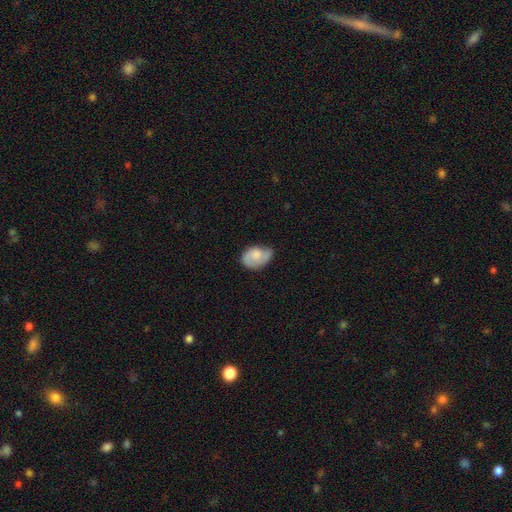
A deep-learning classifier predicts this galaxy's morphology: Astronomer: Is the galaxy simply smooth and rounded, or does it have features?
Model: smooth — 59% (runner-up: featured or disk, 34%).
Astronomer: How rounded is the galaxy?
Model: in between — 77%.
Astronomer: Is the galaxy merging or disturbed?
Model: none — 41% (runner-up: minor disturbance, 40%).